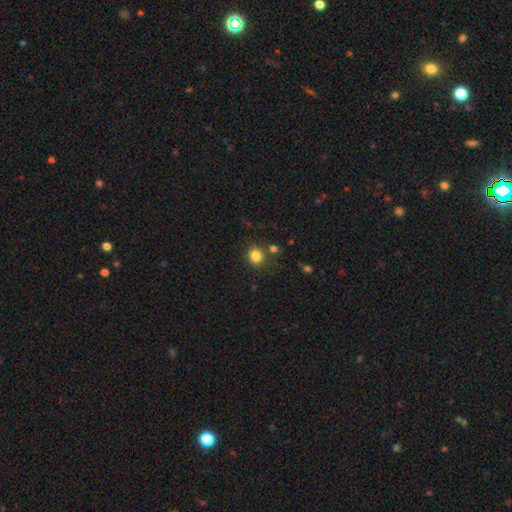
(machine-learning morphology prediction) The model was most divided on "how rounded": round: 82%, in between: 17%, cigar-shaped: 1%. More confident: smooth or featured — smooth (83%); merging — none (79%).